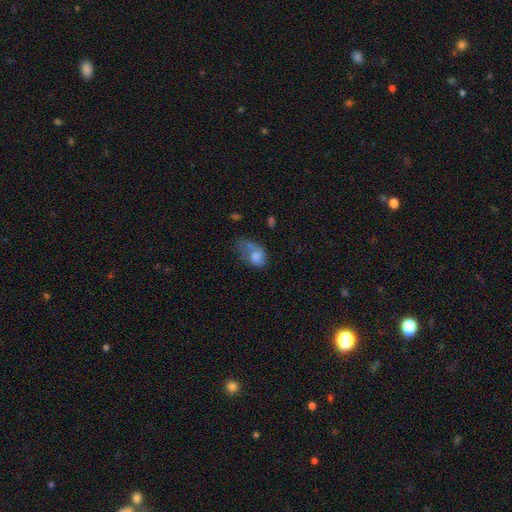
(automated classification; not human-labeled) The model was most divided on "merging": major disturbance: 41%, minor disturbance: 27%, none: 25%, merger: 7%. More confident: how rounded — in between (80%); smooth or featured — smooth (59%).